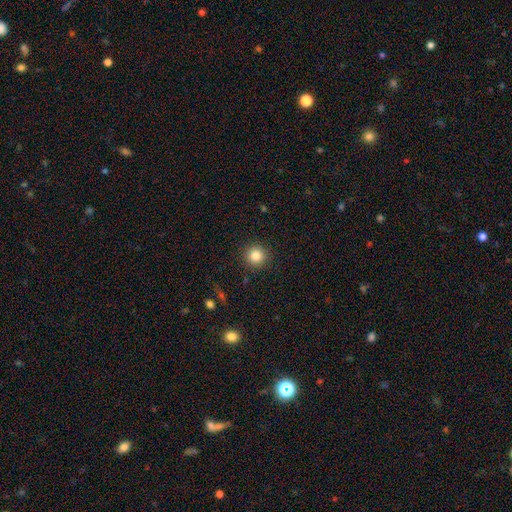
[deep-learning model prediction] smooth_or_featured: smooth (p=0.83) [alt: star or artifact p=0.11]
how_rounded: round (p=0.94) [alt: in between p=0.05]
merging: none (p=0.91) [alt: minor disturbance p=0.06]